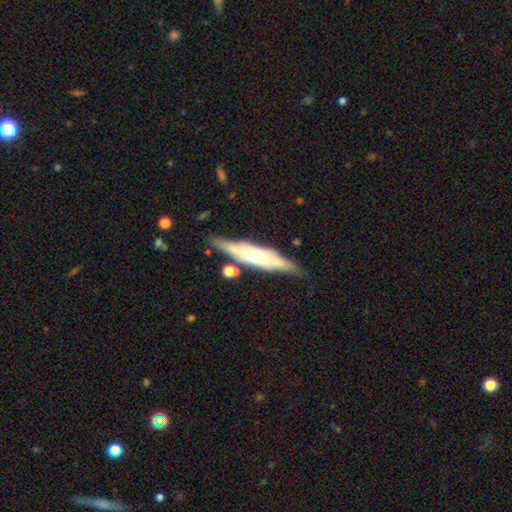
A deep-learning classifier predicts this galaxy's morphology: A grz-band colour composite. It shows a featured or disk galaxy (59%) viewed edge-on (81%). Merging: none (69%).